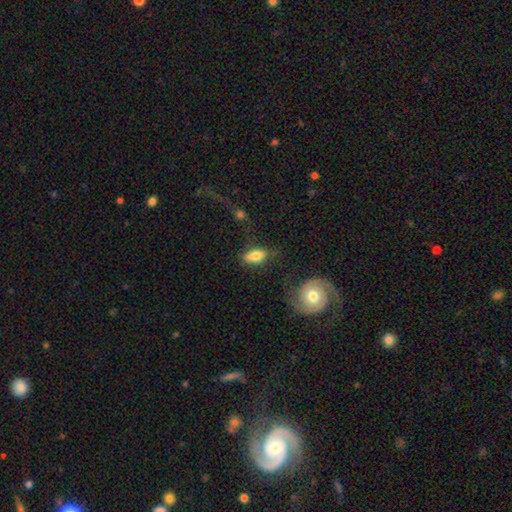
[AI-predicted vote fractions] This is likely a smooth galaxy (72%). How rounded: clearly in between (81%). Merging: possibly none (58%).